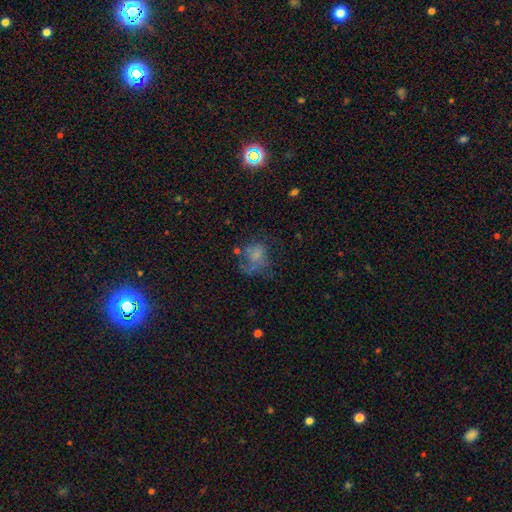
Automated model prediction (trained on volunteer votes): A smooth galaxy with no disk features (48%). Merging: major disturbance (37%).